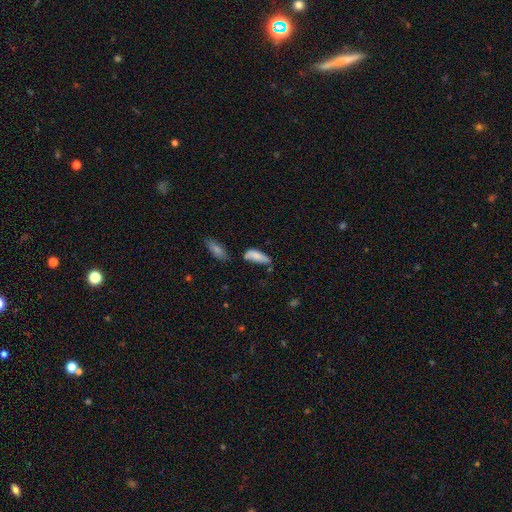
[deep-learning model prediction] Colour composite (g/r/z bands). It shows a smooth galaxy with no disk features (79%) that is in between round and cigar-shaped (72%). Merging: none (38%).